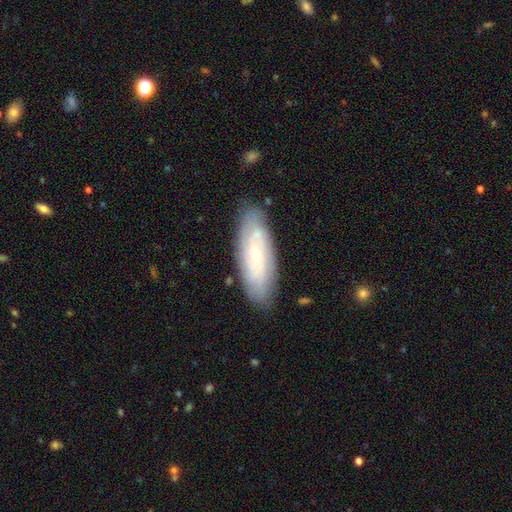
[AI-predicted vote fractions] Smooth or featured? featured or disk (60%)
Edge-on disk? no (84%)
Bar? no (64%)
Spiral arms? yes (84%)
Bulge size? small (76%)
Merging? none (81%)